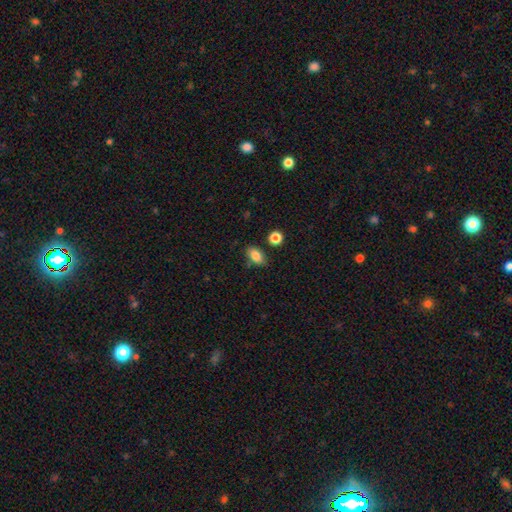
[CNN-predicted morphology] type=smooth (85%); roundness=in between (87%); merging=none (79%).